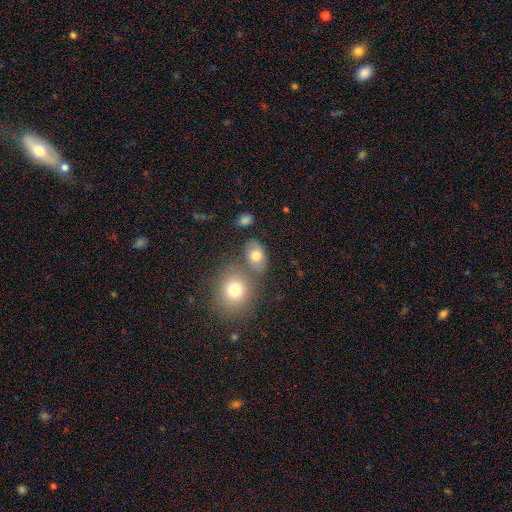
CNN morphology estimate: This appears to be a smooth galaxy with no disk features (74%) that is in between round and cigar-shaped (69%). Merging: none (56%).